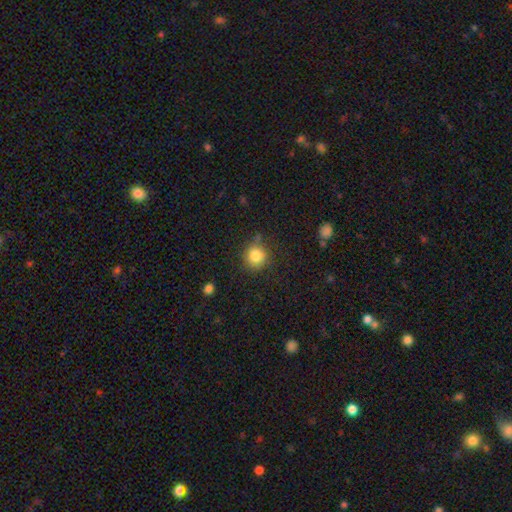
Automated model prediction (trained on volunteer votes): The model was most divided on "merging": none: 79%, minor disturbance: 14%, major disturbance: 4%, merger: 3%. More confident: how rounded — round (89%); smooth or featured — smooth (83%).